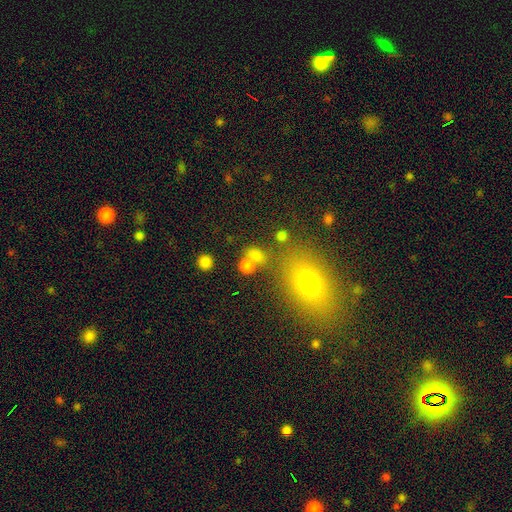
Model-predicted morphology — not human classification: A smooth galaxy with no disk features (75%) that is in between round and cigar-shaped (50%). Merging: none (57%).